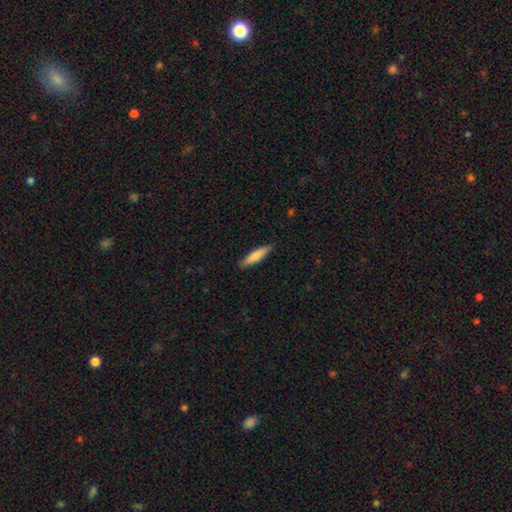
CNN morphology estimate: This appears to be a smooth galaxy with no disk features (76%) that is cigar-shaped (81%). Merging: none (88%).